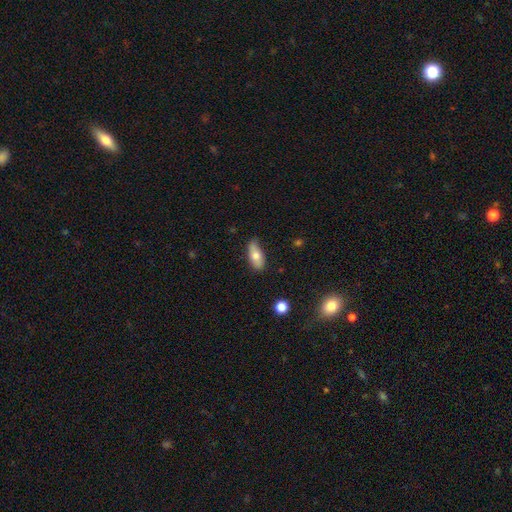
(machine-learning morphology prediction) type=smooth (70%); roundness=in between (81%); merging=none (74%).